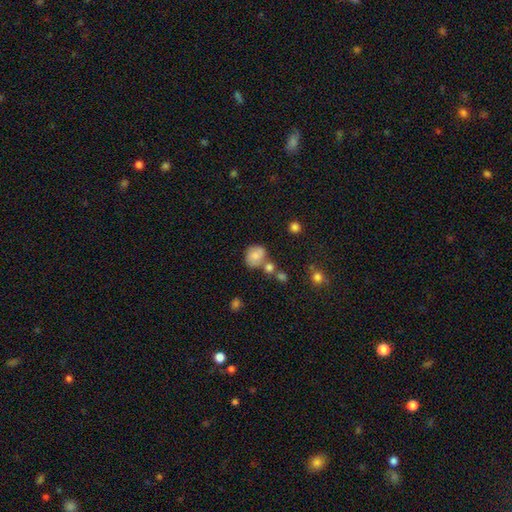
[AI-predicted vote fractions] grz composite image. It shows a smooth galaxy with no disk features (76%) that is round (66%). Merging: none (53%).